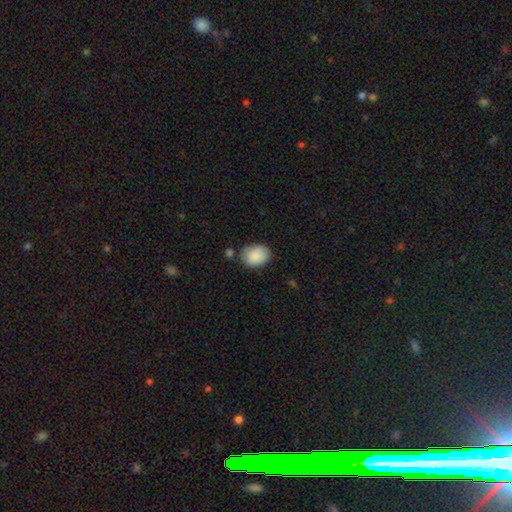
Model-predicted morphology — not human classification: A smooth galaxy with no disk features (88%) that is in between round and cigar-shaped (69%). Merging: none (74%).